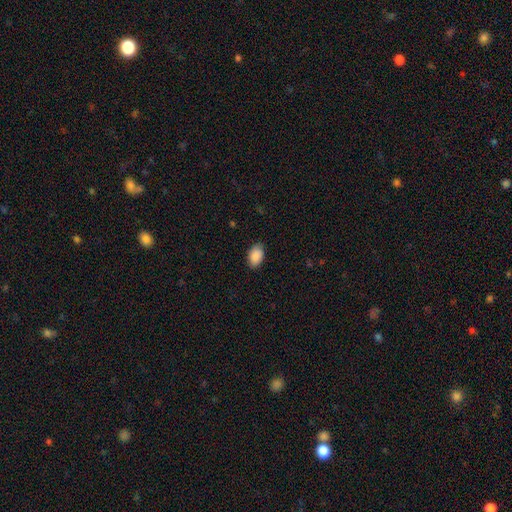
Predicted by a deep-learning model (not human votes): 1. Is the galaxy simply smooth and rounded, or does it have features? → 90% smooth, 6% star or artifact, 4% featured or disk.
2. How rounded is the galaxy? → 91% in between, 7% round, 1% cigar-shaped.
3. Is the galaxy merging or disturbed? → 85% none, 11% minor disturbance, 2% major disturbance, 1% merger.